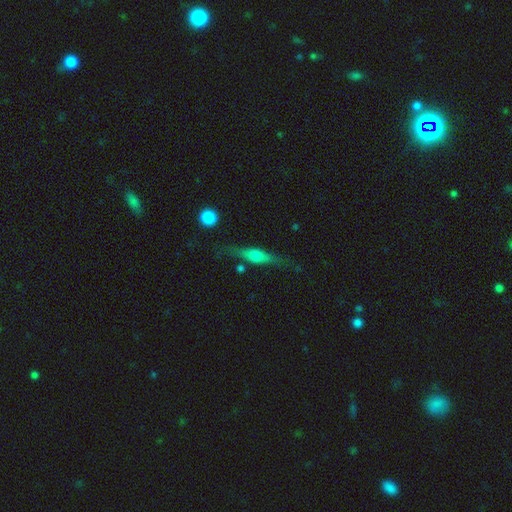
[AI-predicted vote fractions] Smooth or featured? Predicted: featured or disk (p=0.60). Edge-on disk? Predicted: yes (p=0.92). Edge-on bulge? Predicted: rounded (p=0.89). Merging? Predicted: none (p=0.75).